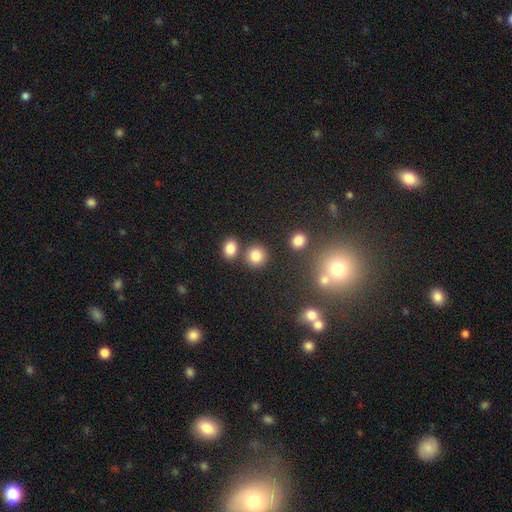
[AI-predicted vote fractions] smooth-or-featured: smooth: 81% | star or artifact: 12% | featured or disk: 6%
  how-rounded: round: 84% | in between: 15% | cigar-shaped: 1%
  merging: none: 75% | merger: 13% | minor disturbance: 8% | major disturbance: 3%